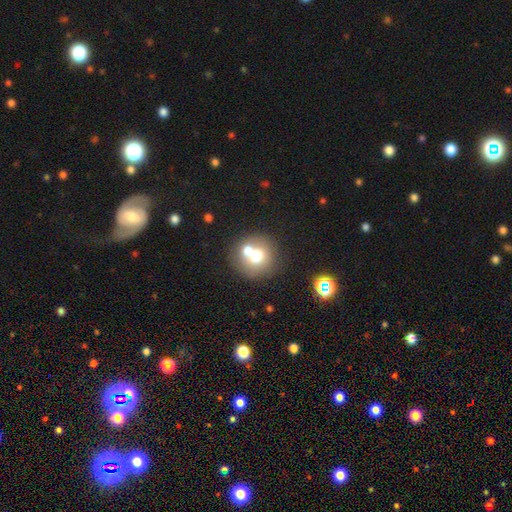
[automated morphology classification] type=smooth (65%); roundness=round (87%); merging=none (50%).